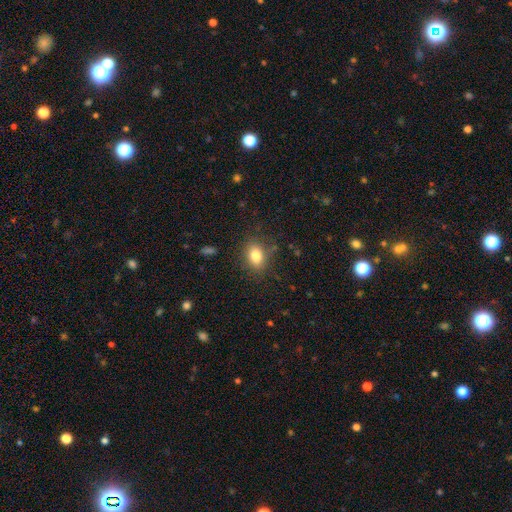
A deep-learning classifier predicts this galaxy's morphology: Smooth or featured: smooth — 82% (star or artifact — 10%)
How rounded: in between — 75% (round — 23%)
Merging: none — 81% (minor disturbance — 13%)